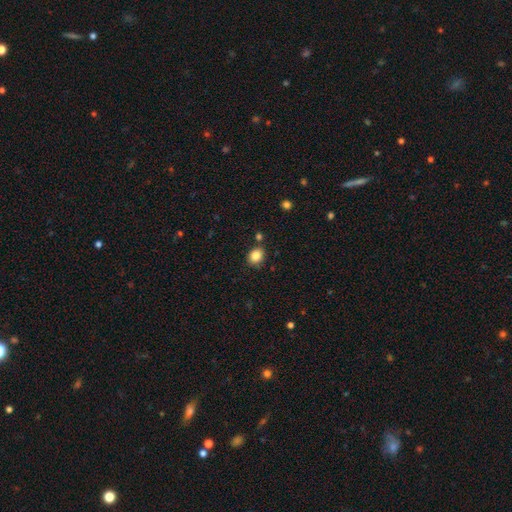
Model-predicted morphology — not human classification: smooth_or_featured: smooth (p=0.85) [alt: star or artifact p=0.10]
how_rounded: round (p=0.62) [alt: in between p=0.37]
merging: none (p=0.80) [alt: minor disturbance p=0.12]